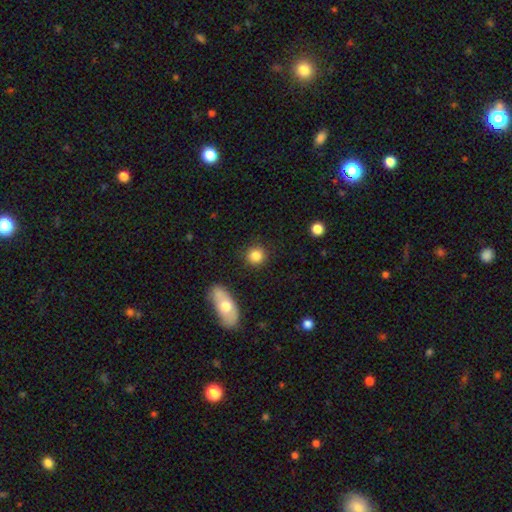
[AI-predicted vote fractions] Smooth or featured? Predicted: smooth (p=0.84). How rounded? Predicted: round (p=0.90). Merging? Predicted: none (p=0.88).